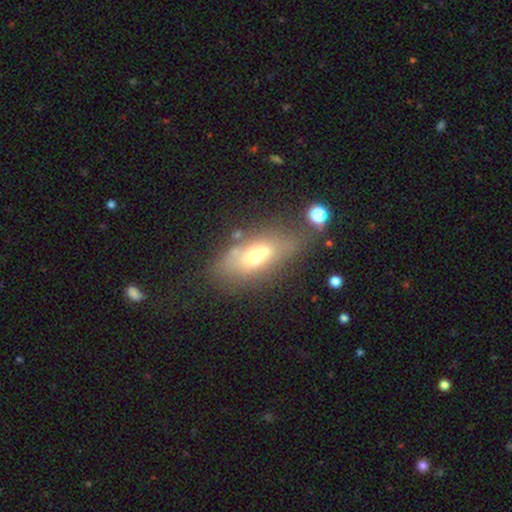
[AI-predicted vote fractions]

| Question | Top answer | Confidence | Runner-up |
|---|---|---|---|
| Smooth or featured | smooth | 55% | featured or disk (34%) |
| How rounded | in between | 78% | cigar-shaped (15%) |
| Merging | none | 47% | merger (22%) |